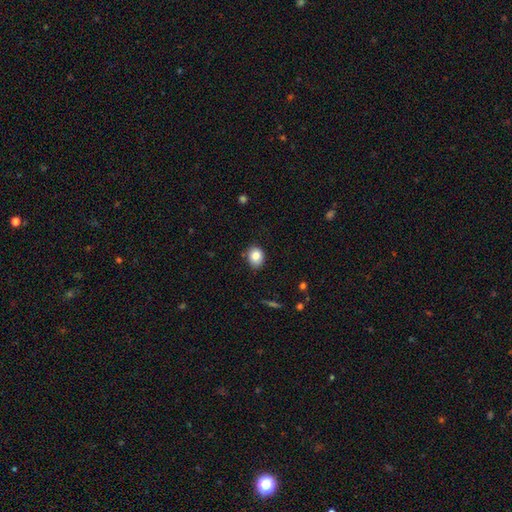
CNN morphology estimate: Q: Smooth or featured?
A: smooth (83%); runner-up: star or artifact (10%)
Q: How rounded?
A: round (54%); runner-up: in between (45%)
Q: Merging?
A: none (81%); runner-up: minor disturbance (15%)